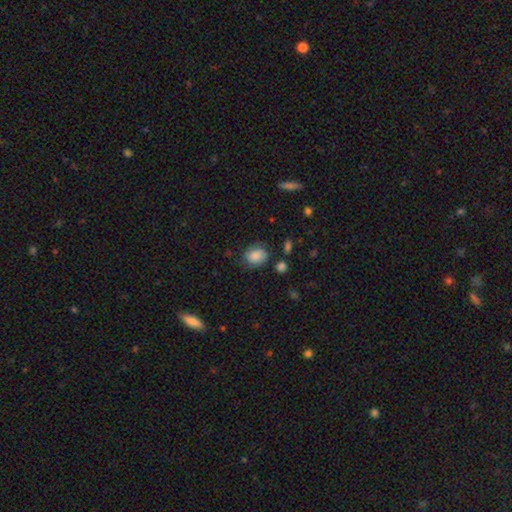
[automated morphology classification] type=smooth (68%); roundness=round (50%); merging=none (65%).